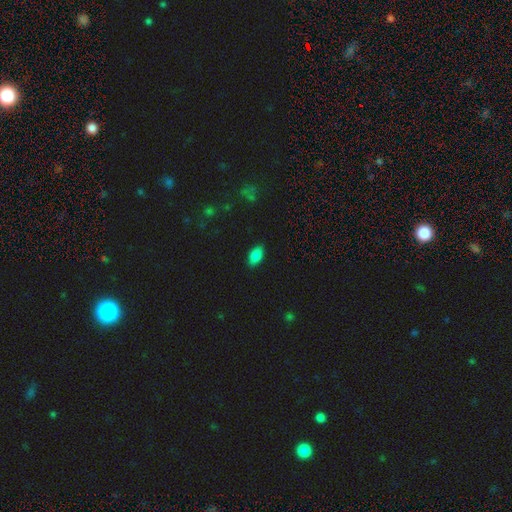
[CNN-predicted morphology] The model was most divided on "smooth or featured": smooth: 84%, star or artifact: 9%, featured or disk: 7%. More confident: how rounded — in between (92%); merging — none (87%).